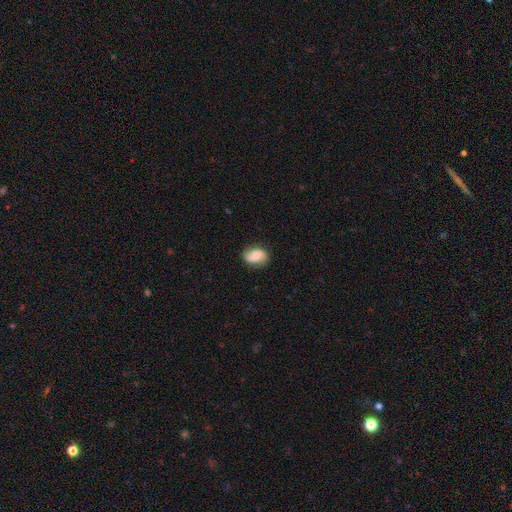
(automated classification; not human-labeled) Smooth or featured? Predicted: featured or disk (p=0.50). Edge-on disk? Predicted: no (p=0.97). Merging? Predicted: none (p=0.81).